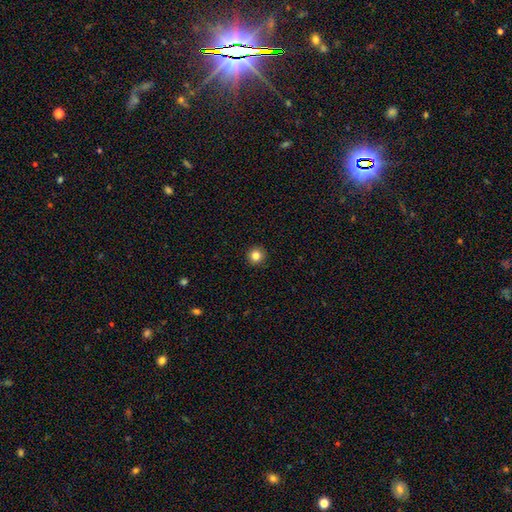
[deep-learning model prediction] smooth 83%, star or artifact 12%, featured or disk 5%. Down the decision tree: how rounded — round (95%); merging — none (93%).